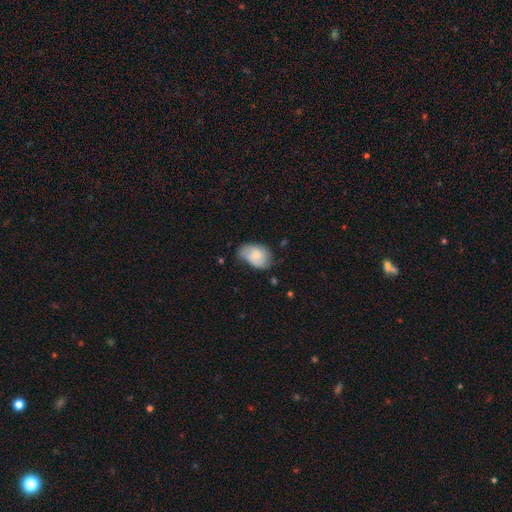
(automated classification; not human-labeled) smooth-or-featured: smooth: 70% | featured or disk: 22% | star or artifact: 7%
  how-rounded: in between: 85% | round: 14% | cigar-shaped: 1%
  merging: none: 44% | minor disturbance: 41% | major disturbance: 12% | merger: 3%